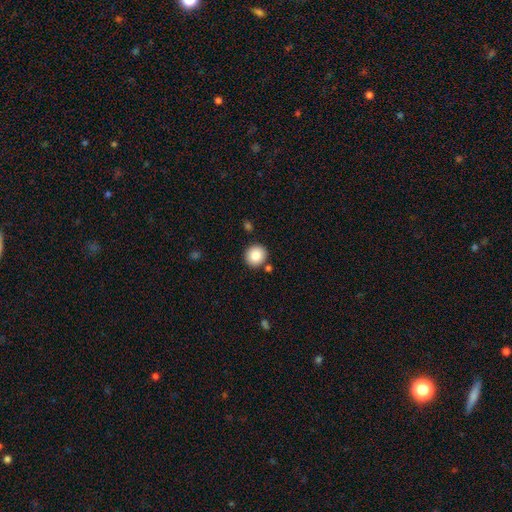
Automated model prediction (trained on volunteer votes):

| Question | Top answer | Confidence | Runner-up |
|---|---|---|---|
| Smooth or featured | smooth | 85% | star or artifact (9%) |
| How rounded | round | 88% | in between (11%) |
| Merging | none | 86% | minor disturbance (7%) |